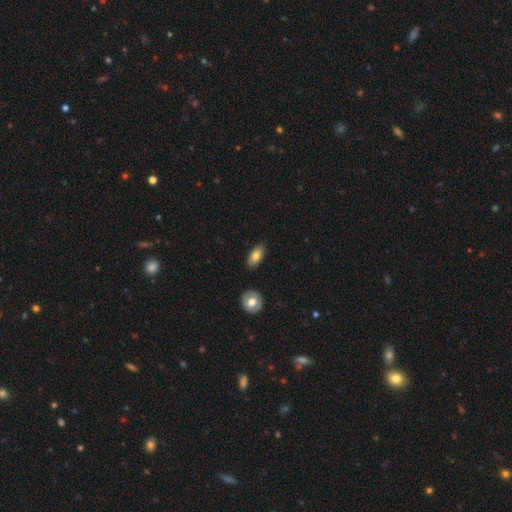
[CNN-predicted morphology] A smooth galaxy with no disk features (77%) that is in between round and cigar-shaped (89%).

Vote fractions:
- Smooth or featured? smooth: 77% / featured or disk: 16% / star or artifact: 7%
- How rounded? in between: 89% / cigar-shaped: 7% / round: 4%
- Merging? none: 84% / minor disturbance: 11% / merger: 3% / major disturbance: 2%